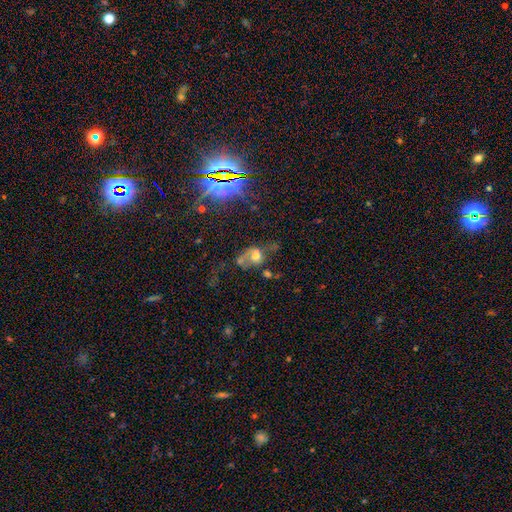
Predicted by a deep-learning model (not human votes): A smooth galaxy with no disk features (48%). Merging: major disturbance (29%).